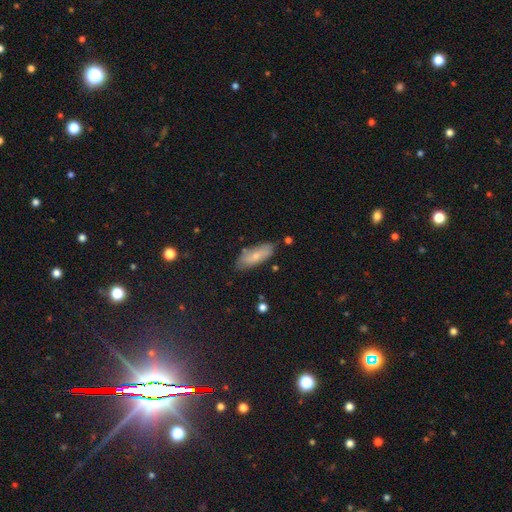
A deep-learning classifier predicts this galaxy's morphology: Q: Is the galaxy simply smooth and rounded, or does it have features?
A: smooth — 70%.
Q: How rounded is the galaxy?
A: in between — 70%.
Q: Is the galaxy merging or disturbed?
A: none — 77%.